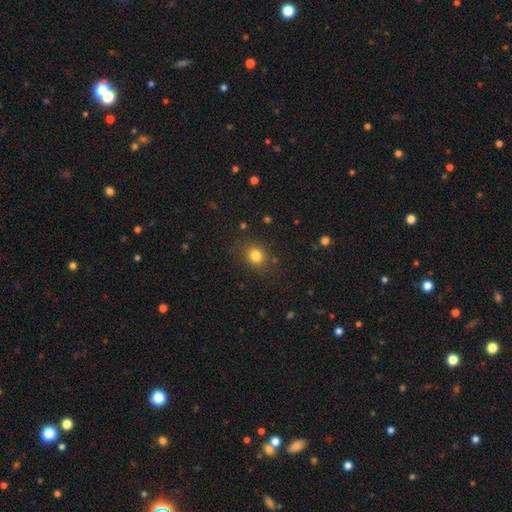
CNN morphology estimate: Smooth or featured? Predicted: smooth (p=0.81). How rounded? Predicted: round (p=0.67). Merging? Predicted: none (p=0.82).